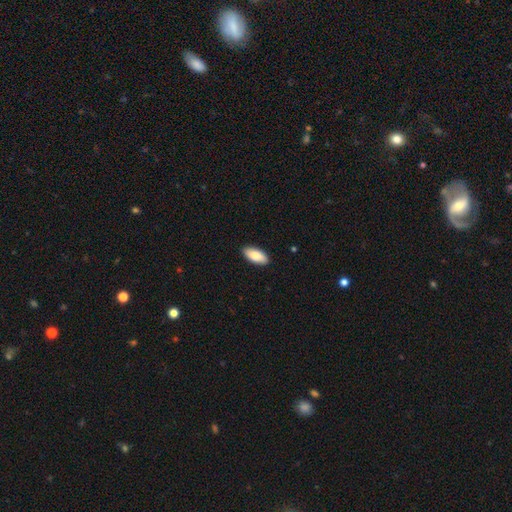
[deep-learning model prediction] A smooth galaxy with no disk features (86%) that is in between round and cigar-shaped (89%). Merging: none (90%).